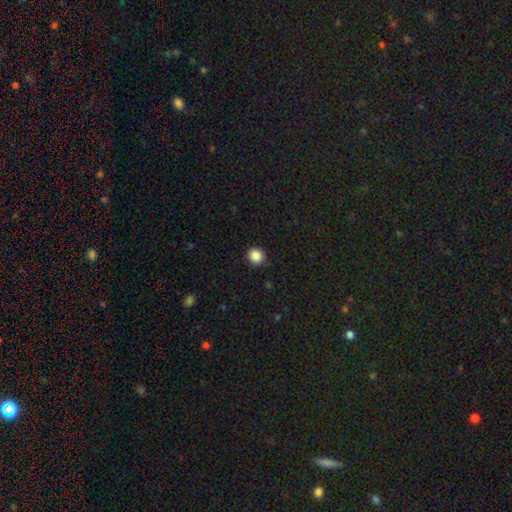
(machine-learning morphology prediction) Smooth or featured?
  - smooth: 87% *
  - star or artifact: 10%
  - featured or disk: 3%
How rounded?
  - round: 90% *
  - in between: 9%
  - cigar-shaped: 1%
Merging?
  - none: 91% *
  - minor disturbance: 7%
  - major disturbance: 2%
  - merger: 1%